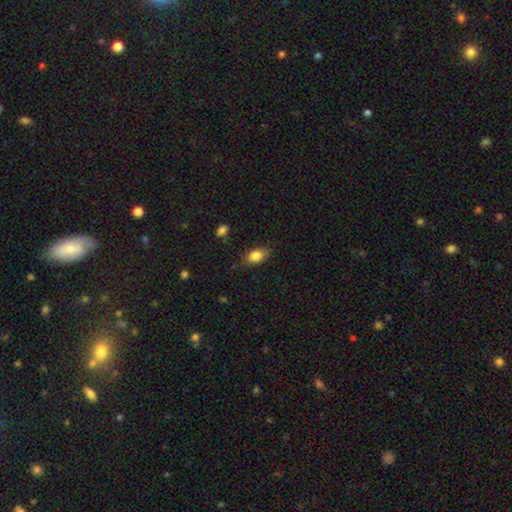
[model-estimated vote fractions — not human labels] Smooth or featured? smooth (83%)
How rounded? in between (87%)
Merging? none (77%)